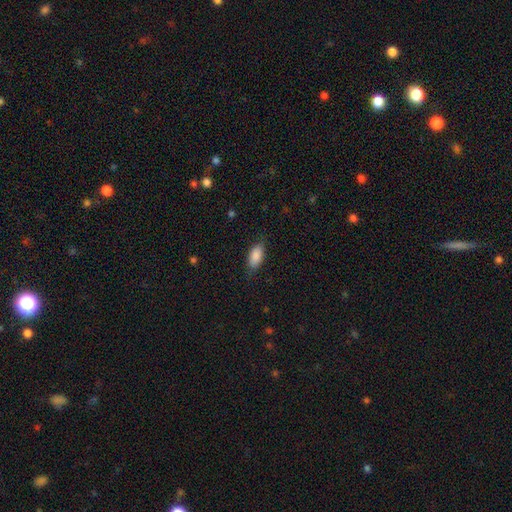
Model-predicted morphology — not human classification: smooth-or-featured: smooth: 87% | star or artifact: 7% | featured or disk: 6%
  how-rounded: in between: 89% | cigar-shaped: 8% | round: 3%
  merging: none: 79% | minor disturbance: 16% | major disturbance: 4% | merger: 1%